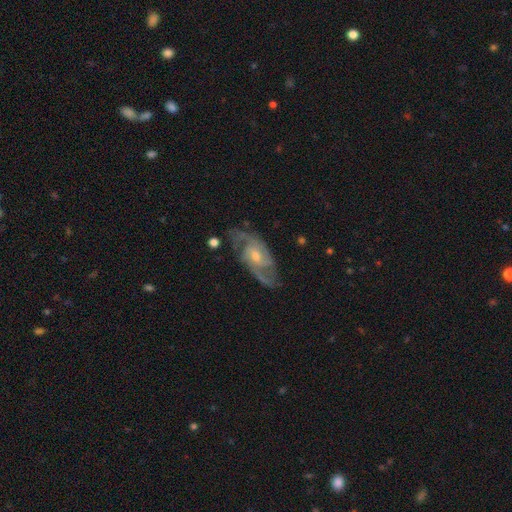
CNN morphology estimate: The model was most divided on "bulge size": moderate: 48%, small: 47%, large: 2%, none: 2%, dominant: 1%. More confident: spiral arms — yes (97%); edge-on disk — no (95%); smooth or featured — featured or disk (88%); merging — none (74%); spiral arm count — 2 (59%); bar — no (54%); spiral winding — medium (52%).